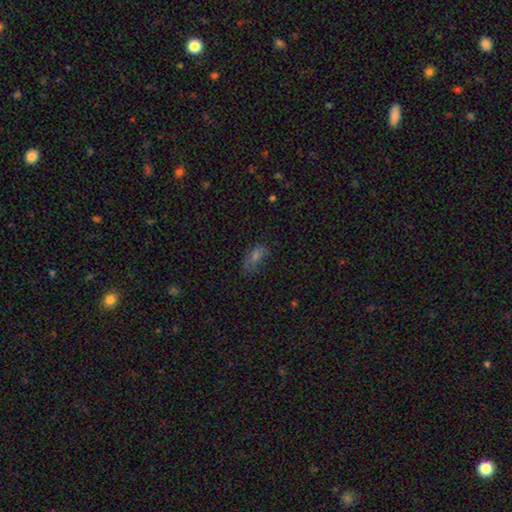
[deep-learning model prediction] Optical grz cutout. It shows a smooth galaxy with no disk features (59%) that is in between round and cigar-shaped (77%). Merging: none (63%).